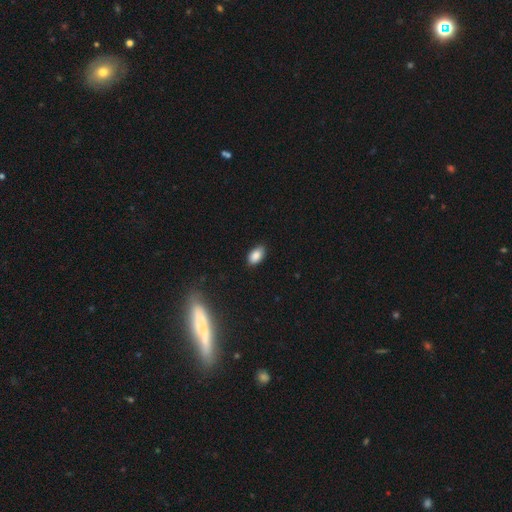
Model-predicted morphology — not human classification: Smooth or featured?
  - smooth: 87% *
  - star or artifact: 8%
  - featured or disk: 5%
How rounded?
  - in between: 92% *
  - round: 6%
  - cigar-shaped: 2%
Merging?
  - none: 84% *
  - minor disturbance: 13%
  - major disturbance: 2%
  - merger: 1%